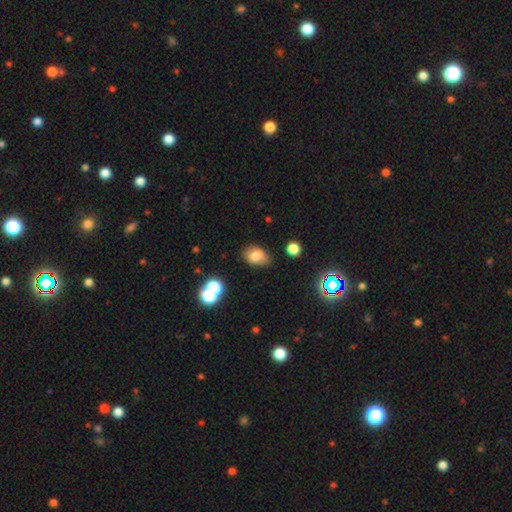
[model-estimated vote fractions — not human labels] Smooth or featured: smooth — 73% (featured or disk — 14%)
How rounded: in between — 78% (round — 21%)
Merging: none — 59% (minor disturbance — 27%)